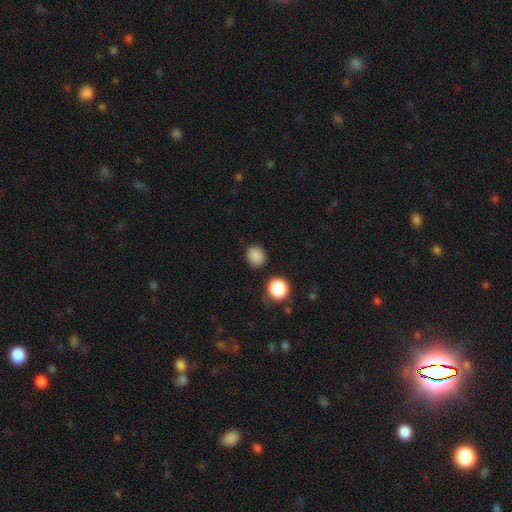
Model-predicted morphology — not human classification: This is clearly a smooth galaxy (85%). How rounded: likely round (76%). Merging: clearly none (86%).